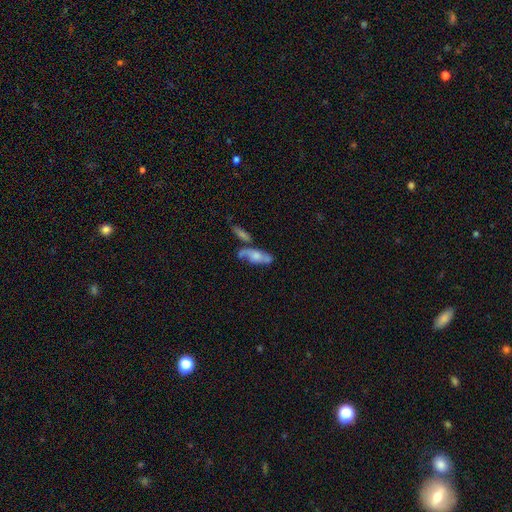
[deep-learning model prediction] The model was most divided on "smooth or featured": featured or disk: 48%, smooth: 44%, star or artifact: 7%. Remaining: merging — none (44%).